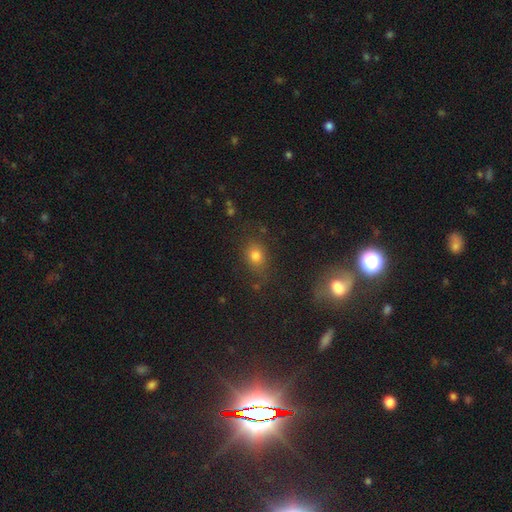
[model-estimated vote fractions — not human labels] Overall: smooth (74%). How rounded: in between (56%; round 42%). Merging: none (73%).